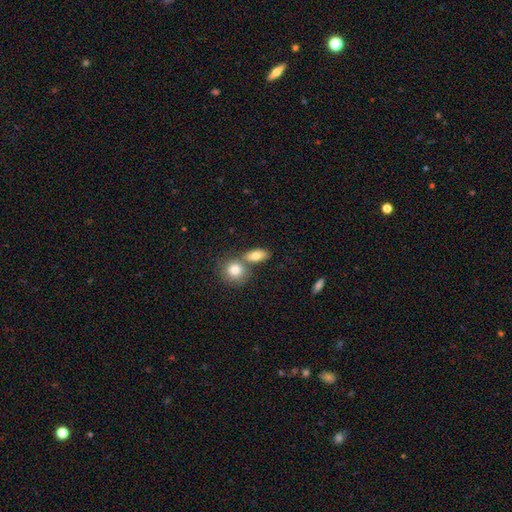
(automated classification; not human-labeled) A smooth galaxy with no disk features (79%) that is in between round and cigar-shaped (77%).

Vote fractions:
- Smooth or featured? smooth: 79% / featured or disk: 14% / star or artifact: 8%
- How rounded? in between: 77% / round: 16% / cigar-shaped: 7%
- Merging? none: 48% / merger: 39% / minor disturbance: 10% / major disturbance: 4%